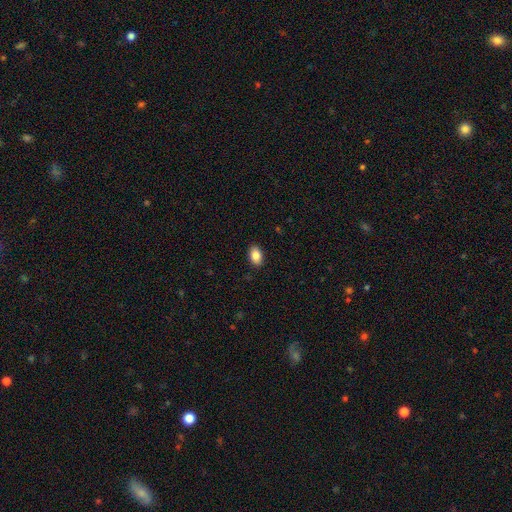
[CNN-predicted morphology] Smooth or featured: smooth — 86% (star or artifact — 8%)
How rounded: in between — 90% (round — 8%)
Merging: none — 89% (minor disturbance — 8%)